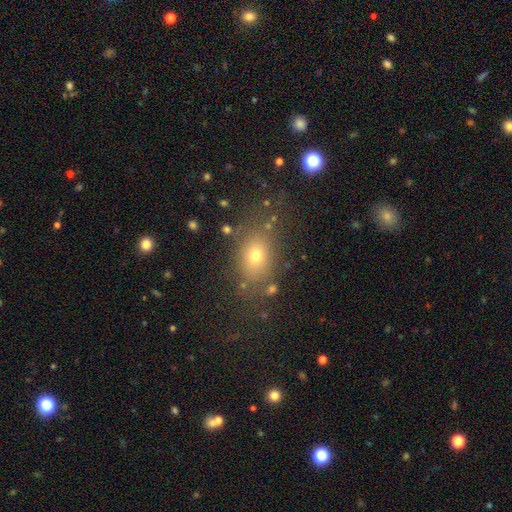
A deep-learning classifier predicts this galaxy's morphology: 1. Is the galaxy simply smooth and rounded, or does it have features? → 72% smooth, 16% star or artifact, 12% featured or disk.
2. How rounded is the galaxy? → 69% in between, 29% round, 2% cigar-shaped.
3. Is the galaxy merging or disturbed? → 77% none, 13% minor disturbance, 6% major disturbance, 4% merger.